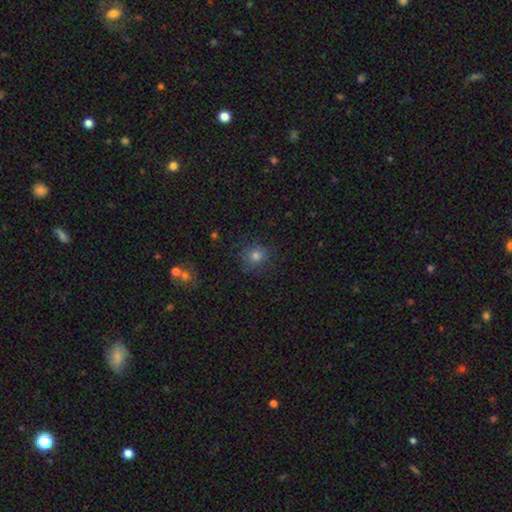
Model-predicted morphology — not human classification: type=smooth (72%); roundness=round (86%); merging=none (83%).